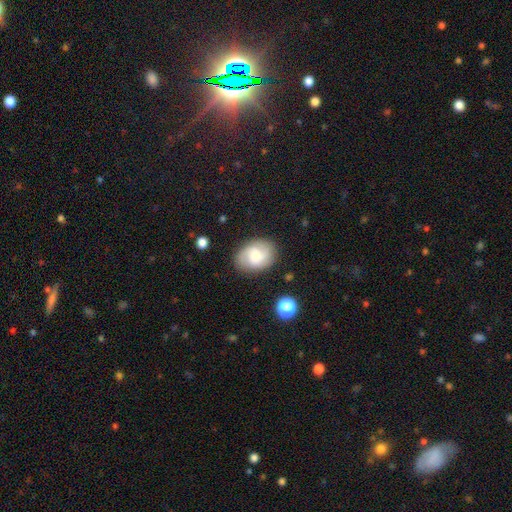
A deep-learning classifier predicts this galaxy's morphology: type=featured or disk (47%); merging=none (81%).